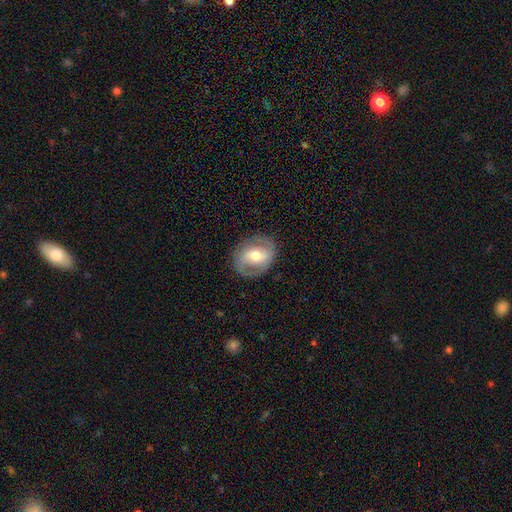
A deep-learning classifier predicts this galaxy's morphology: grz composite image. It shows a featured or disk galaxy (63%) with a weak bar (41%), spiral arms (71%) and a moderate central bulge (72%). Merging: none (82%).